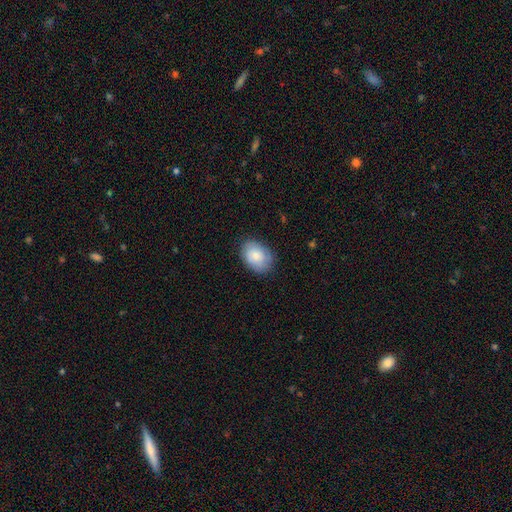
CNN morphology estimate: Smooth or featured: smooth — 74% (featured or disk — 19%)
How rounded: in between — 77% (round — 22%)
Merging: none — 81% (minor disturbance — 15%)